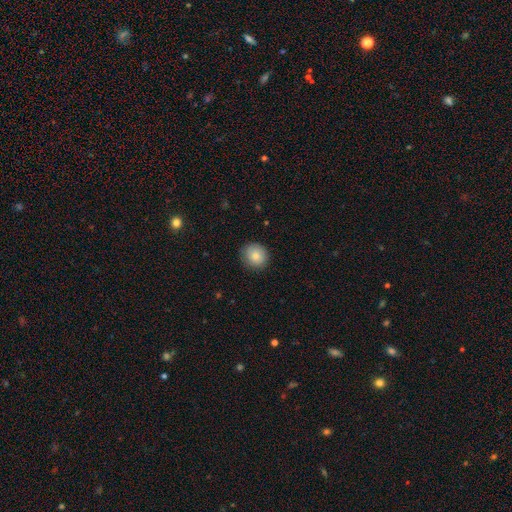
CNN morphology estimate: This is clearly a smooth galaxy (82%). How rounded: clearly round (86%). Merging: clearly none (86%).